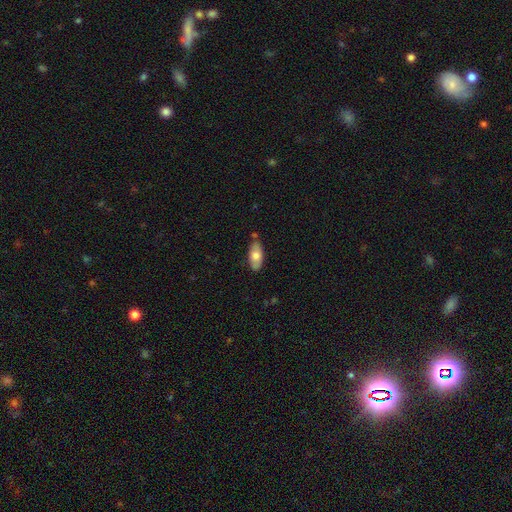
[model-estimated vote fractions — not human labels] Overall: smooth (69%). How rounded: in between (86%). Merging: none (77%).